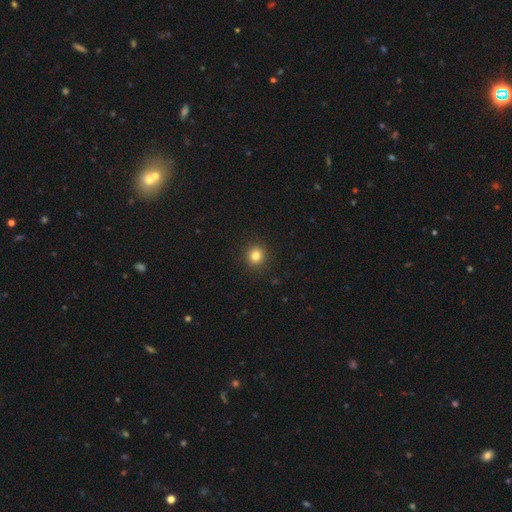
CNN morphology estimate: type=smooth (82%); roundness=round (92%); merging=none (92%).